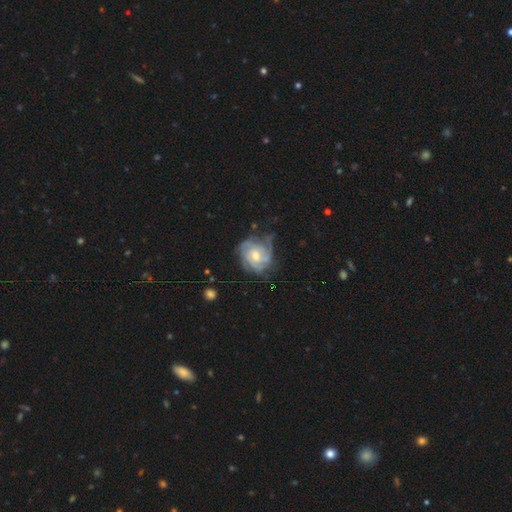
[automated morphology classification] This appears to be a featured or disk galaxy (83%) with no bar (64%), tight (63%) spiral arms (95%) and a moderate central bulge (59%). Merging: none (59%).